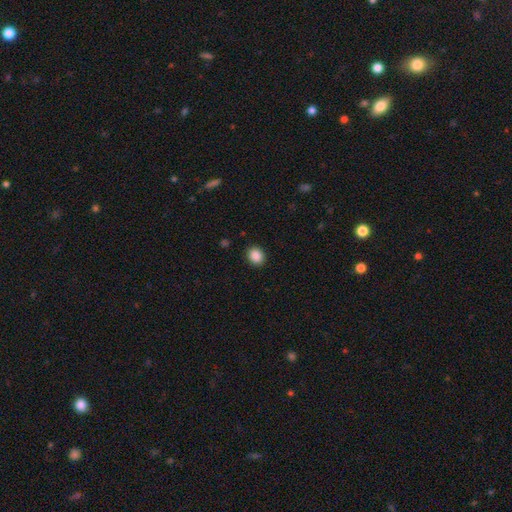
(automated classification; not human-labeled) Q: Smooth or featured?
A: smooth (89%); runner-up: star or artifact (9%)
Q: How rounded?
A: round (60%); runner-up: in between (39%)
Q: Merging?
A: none (90%); runner-up: minor disturbance (7%)